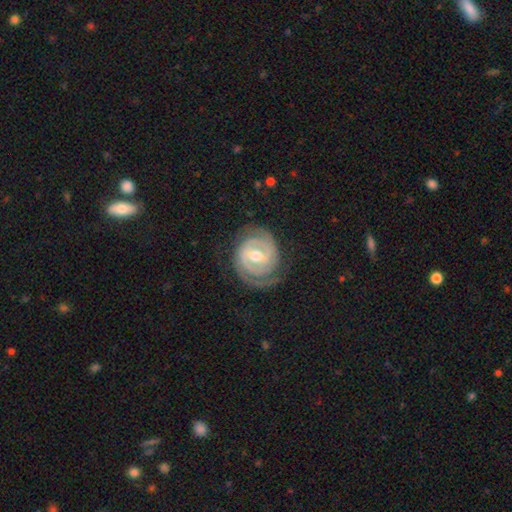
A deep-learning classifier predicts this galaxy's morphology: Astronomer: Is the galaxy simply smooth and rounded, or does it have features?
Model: featured or disk — 87%.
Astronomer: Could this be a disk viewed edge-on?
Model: no — 97%.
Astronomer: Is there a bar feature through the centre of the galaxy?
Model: weak — 50% (runner-up: strong, 27%).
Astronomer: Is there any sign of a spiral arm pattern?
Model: yes — 95%.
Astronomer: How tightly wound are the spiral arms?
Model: tight — 72%.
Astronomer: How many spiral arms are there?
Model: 2 — 76%.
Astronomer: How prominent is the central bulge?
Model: moderate — 75%.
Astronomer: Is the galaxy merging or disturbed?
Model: none — 76%.